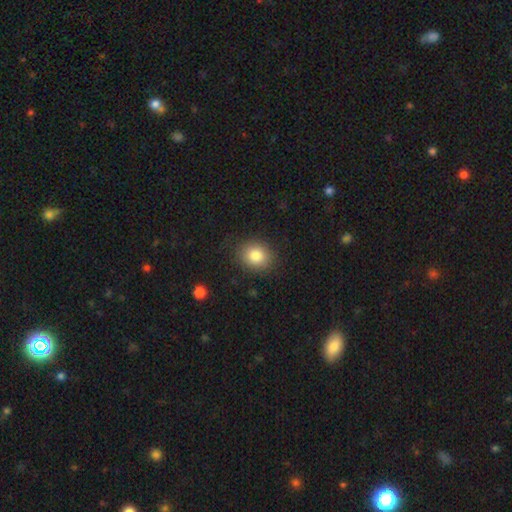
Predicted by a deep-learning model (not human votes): smooth_or_featured: smooth (p=0.83) [alt: star or artifact p=0.09]
how_rounded: round (p=0.60) [alt: in between p=0.39]
merging: none (p=0.85) [alt: minor disturbance p=0.11]